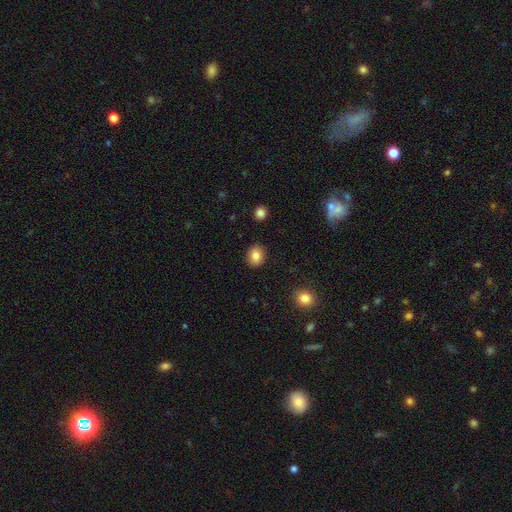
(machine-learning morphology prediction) smooth 84%, star or artifact 9%, featured or disk 7%. Down the decision tree: how rounded — round (64%); merging — none (90%).